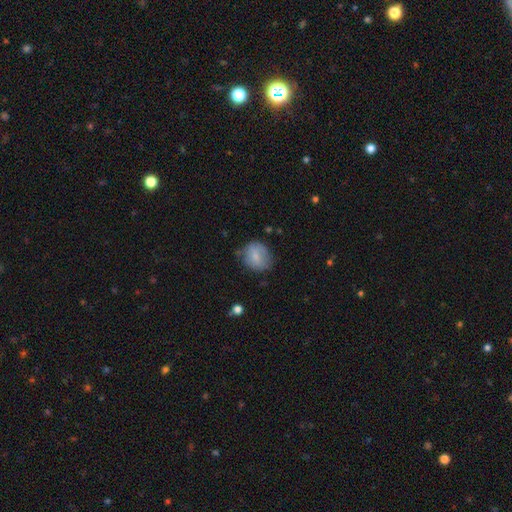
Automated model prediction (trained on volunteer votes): smooth-or-featured: smooth: 72% | featured or disk: 21% | star or artifact: 7%
  how-rounded: round: 62% | in between: 37% | cigar-shaped: 1%
  merging: none: 61% | minor disturbance: 28% | major disturbance: 8% | merger: 2%